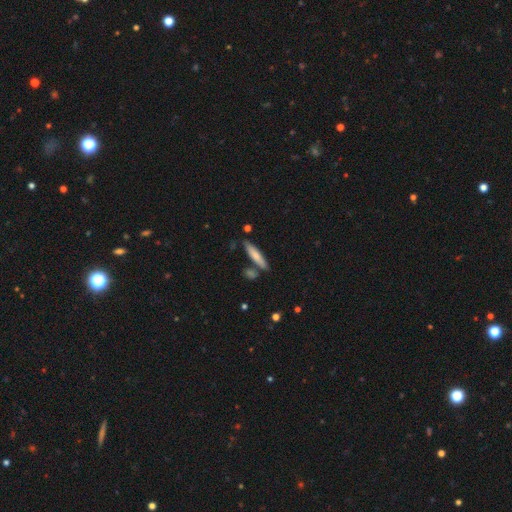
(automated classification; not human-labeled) smooth 72%, featured or disk 22%, star or artifact 6%. Down the decision tree: how rounded — cigar-shaped (83%); merging — none (77%).